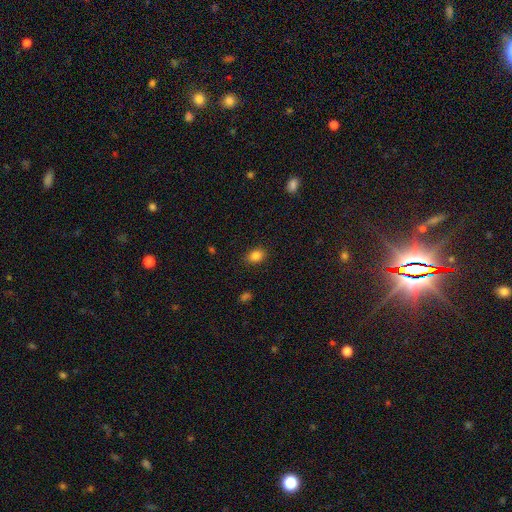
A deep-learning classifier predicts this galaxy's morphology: smooth-or-featured: smooth: 85% | star or artifact: 10% | featured or disk: 5%
  how-rounded: in between: 76% | round: 23% | cigar-shaped: 1%
  merging: none: 86% | minor disturbance: 10% | major disturbance: 3% | merger: 1%